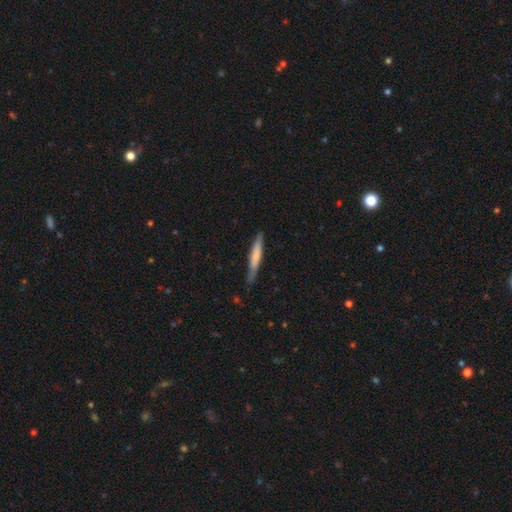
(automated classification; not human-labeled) Smooth or featured? smooth (63%)
How rounded? cigar-shaped (93%)
Merging? none (81%)